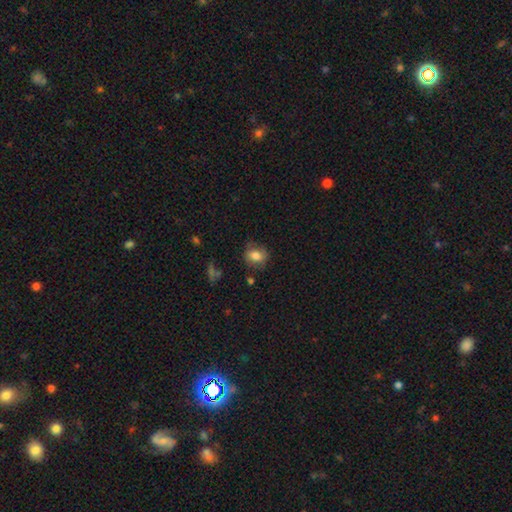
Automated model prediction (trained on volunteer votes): Smooth or featured?
  - smooth: 78% *
  - featured or disk: 13%
  - star or artifact: 9%
How rounded?
  - round: 55% *
  - in between: 44%
  - cigar-shaped: 1%
Merging?
  - none: 73% *
  - minor disturbance: 19%
  - major disturbance: 6%
  - merger: 2%